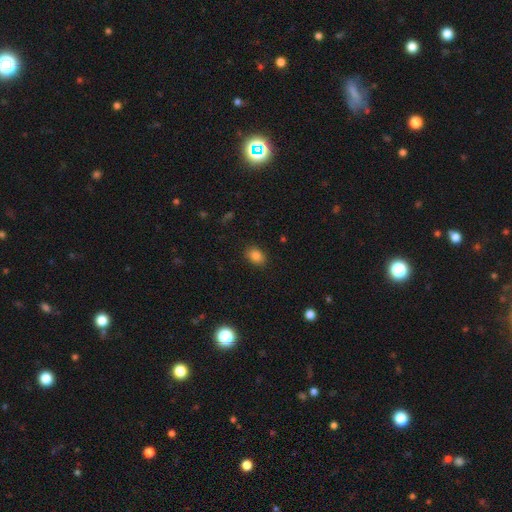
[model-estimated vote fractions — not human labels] smooth-or-featured: smooth: 84% | star or artifact: 10% | featured or disk: 5%
  how-rounded: in between: 71% | round: 28% | cigar-shaped: 1%
  merging: none: 87% | minor disturbance: 10% | major disturbance: 2% | merger: 1%